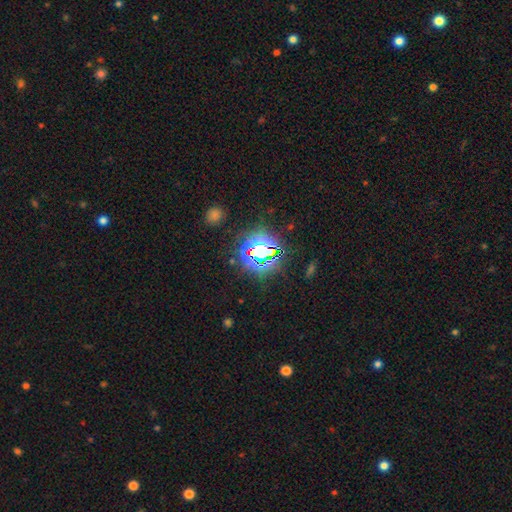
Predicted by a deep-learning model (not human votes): Morphology: type=star or artifact (75%).